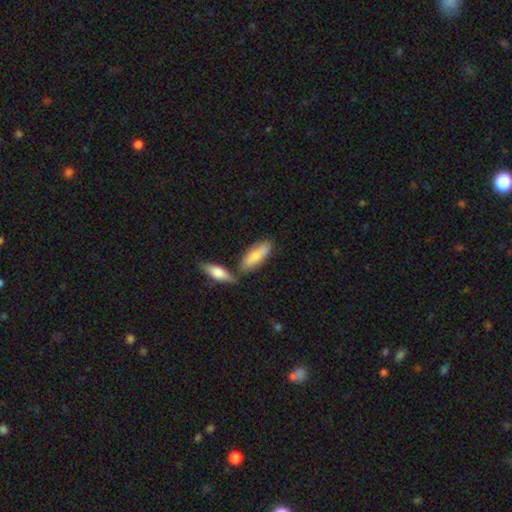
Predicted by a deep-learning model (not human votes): Smooth or featured?
  - smooth: 76% *
  - featured or disk: 18%
  - star or artifact: 5%
How rounded?
  - in between: 66% *
  - cigar-shaped: 32%
  - round: 2%
Merging?
  - none: 61% *
  - merger: 20%
  - minor disturbance: 15%
  - major disturbance: 4%